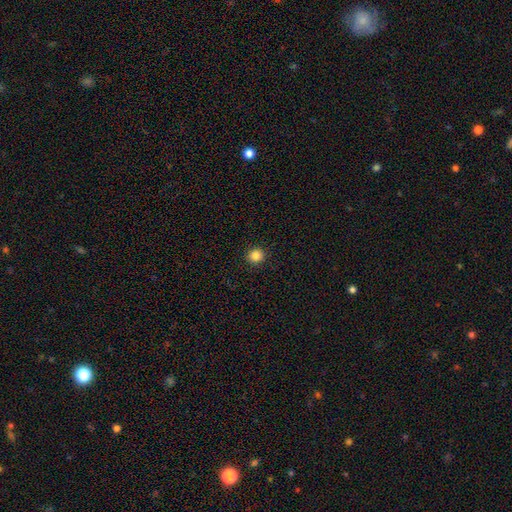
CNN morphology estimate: Smooth or featured? smooth (85%)
How rounded? round (93%)
Merging? none (93%)